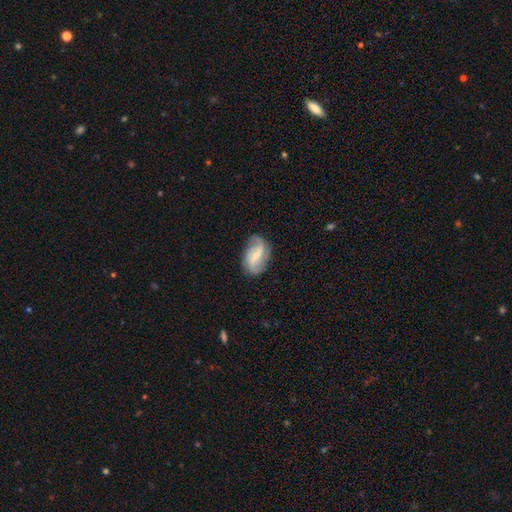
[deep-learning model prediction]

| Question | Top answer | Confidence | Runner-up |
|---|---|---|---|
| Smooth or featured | featured or disk | 78% | smooth (16%) |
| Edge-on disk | no | 97% | yes (3%) |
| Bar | weak | 49% | strong (26%) |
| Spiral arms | yes | 94% | no (6%) |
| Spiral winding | loose | 48% | medium (37%) |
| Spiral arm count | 2 | 74% | can't tell (9%) |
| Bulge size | small | 61% | moderate (31%) |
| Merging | none | 74% | minor disturbance (18%) |